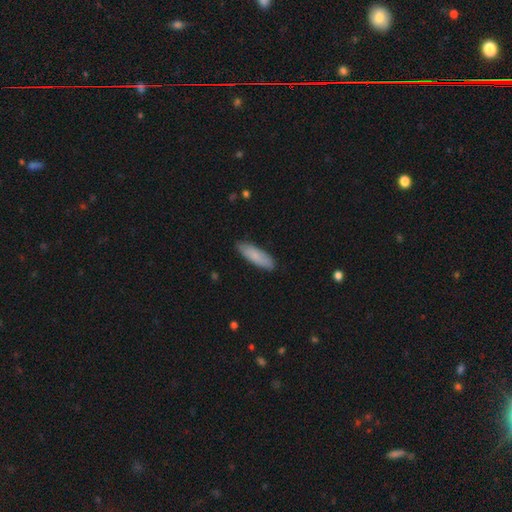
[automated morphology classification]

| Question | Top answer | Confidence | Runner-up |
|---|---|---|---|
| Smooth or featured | smooth | 82% | featured or disk (13%) |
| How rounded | cigar-shaped | 50% | in between (48%) |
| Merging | none | 86% | minor disturbance (11%) |